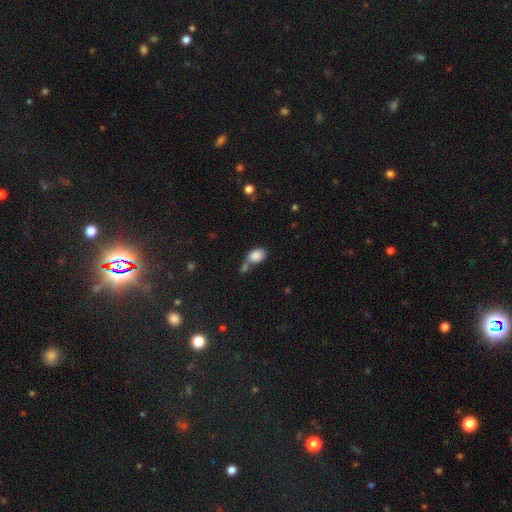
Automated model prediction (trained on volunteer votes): This appears to be a smooth galaxy with no disk features (86%) that is in between round and cigar-shaped (80%). Merging: merger (41%).